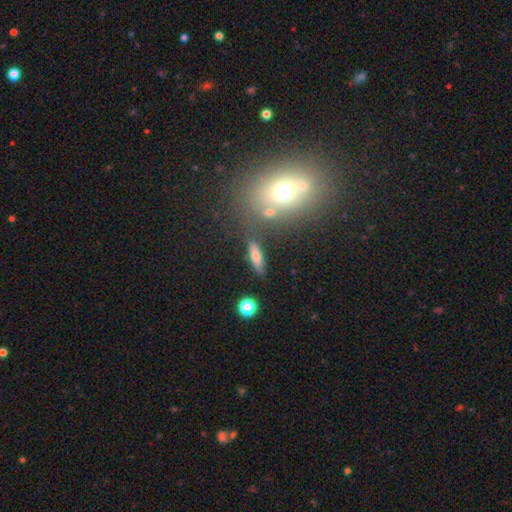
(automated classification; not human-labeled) This appears to be a smooth galaxy with no disk features (63%) that is cigar-shaped (56%). Merging: none (78%).